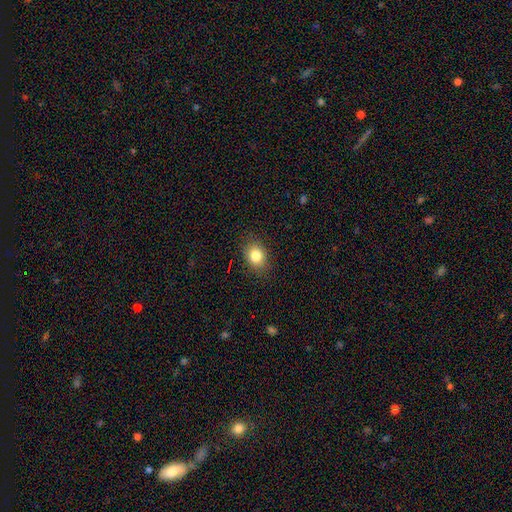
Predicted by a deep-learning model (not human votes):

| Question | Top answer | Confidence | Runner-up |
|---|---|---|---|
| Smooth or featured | smooth | 83% | star or artifact (10%) |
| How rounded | in between | 53% | round (46%) |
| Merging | none | 85% | minor disturbance (11%) |